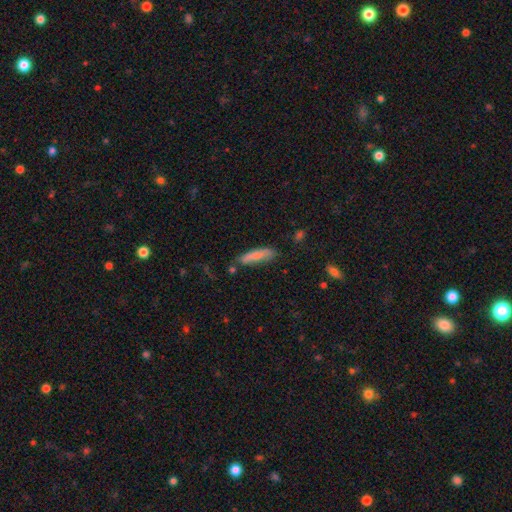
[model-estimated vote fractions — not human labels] Overall: smooth (79%). How rounded: cigar-shaped (74%). Merging: none (67%).